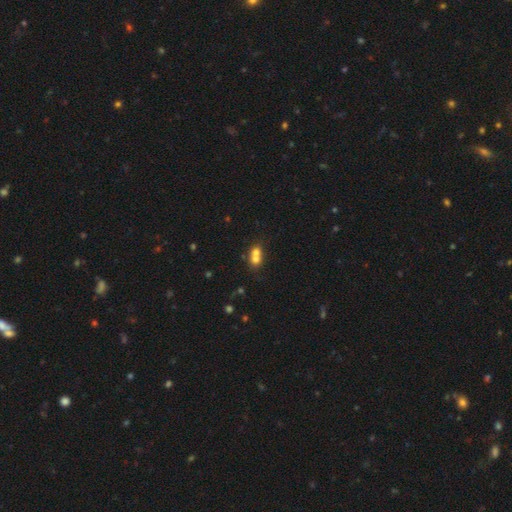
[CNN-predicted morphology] smooth 67%, featured or disk 19%, star or artifact 13%. Down the decision tree: how rounded — round (65%); merging — merger (69%).